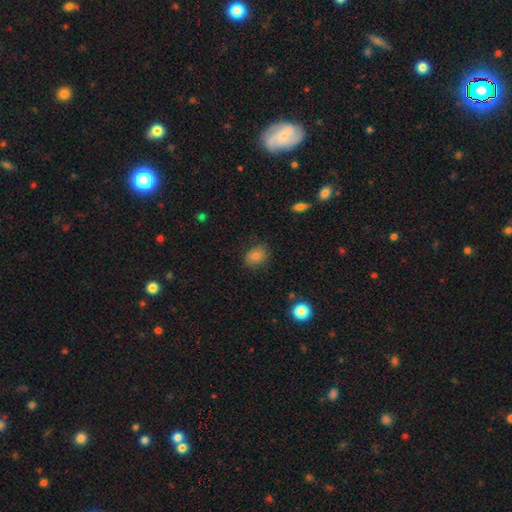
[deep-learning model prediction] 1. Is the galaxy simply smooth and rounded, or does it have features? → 74% smooth, 13% featured or disk, 13% star or artifact.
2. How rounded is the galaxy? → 54% in between, 45% round, 1% cigar-shaped.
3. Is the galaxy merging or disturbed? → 80% none, 15% minor disturbance, 4% major disturbance, 1% merger.